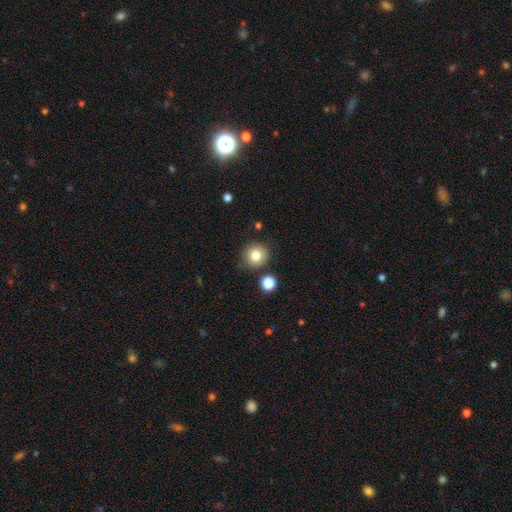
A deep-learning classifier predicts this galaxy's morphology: Q: Smooth or featured?
A: smooth (81%); runner-up: star or artifact (11%)
Q: How rounded?
A: round (92%); runner-up: in between (7%)
Q: Merging?
A: none (84%); runner-up: minor disturbance (8%)